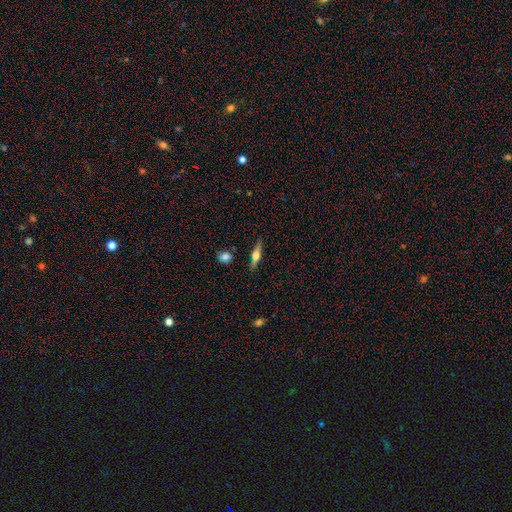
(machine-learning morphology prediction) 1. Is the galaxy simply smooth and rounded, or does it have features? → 59% featured or disk, 34% smooth, 7% star or artifact.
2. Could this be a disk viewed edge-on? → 96% yes, 4% no.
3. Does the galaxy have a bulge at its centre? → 92% rounded, 5% boxy, 3% none.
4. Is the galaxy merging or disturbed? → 85% none, 9% minor disturbance, 3% merger, 2% major disturbance.